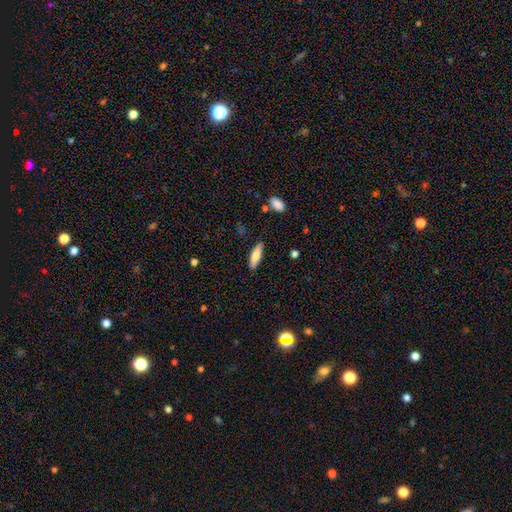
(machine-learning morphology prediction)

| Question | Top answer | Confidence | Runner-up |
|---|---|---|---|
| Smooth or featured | smooth | 76% | featured or disk (18%) |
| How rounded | cigar-shaped | 56% | in between (43%) |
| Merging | none | 85% | minor disturbance (11%) |